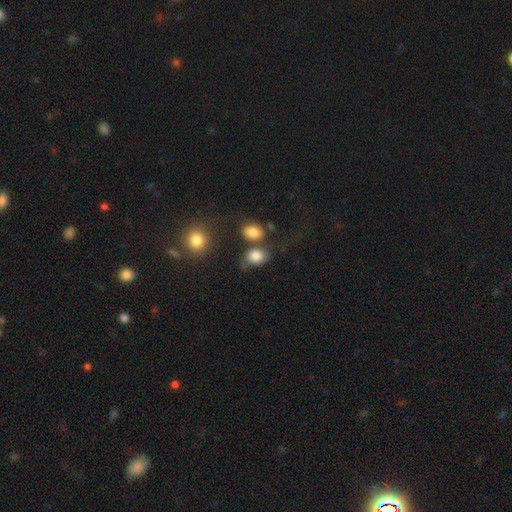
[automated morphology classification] Smooth or featured: smooth — 83% (star or artifact — 9%)
How rounded: in between — 58% (round — 40%)
Merging: none — 49% (merger — 21%)